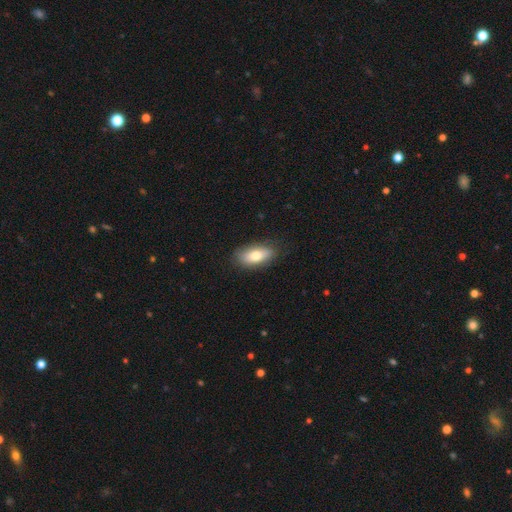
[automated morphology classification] Smooth or featured: smooth — 76% (featured or disk — 17%)
How rounded: in between — 87% (cigar-shaped — 8%)
Merging: none — 83% (minor disturbance — 13%)